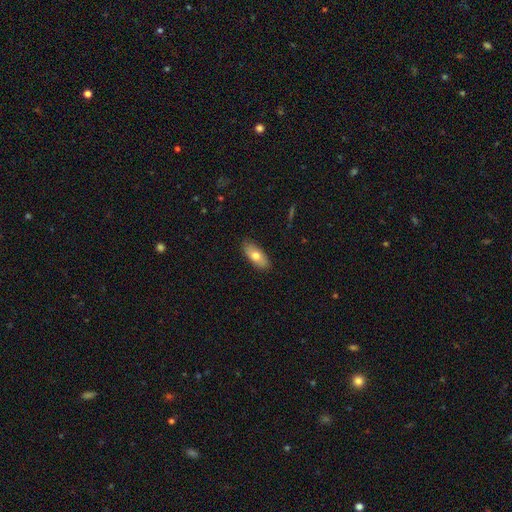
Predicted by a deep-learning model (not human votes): Overall: smooth (71%). How rounded: in between (86%). Merging: none (87%).